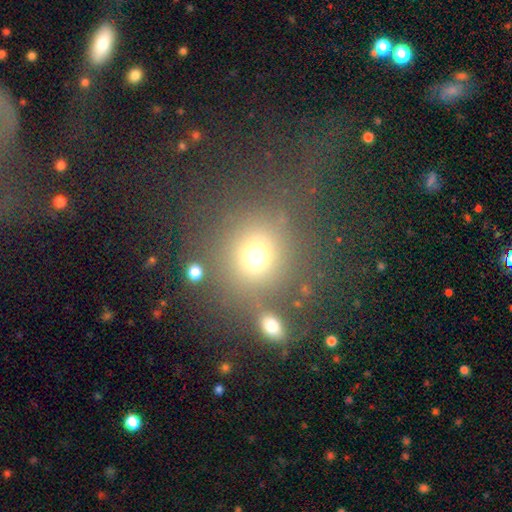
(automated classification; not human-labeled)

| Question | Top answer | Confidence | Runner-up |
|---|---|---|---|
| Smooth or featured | smooth | 69% | star or artifact (19%) |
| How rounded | round | 86% | in between (13%) |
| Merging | none | 67% | merger (14%) |